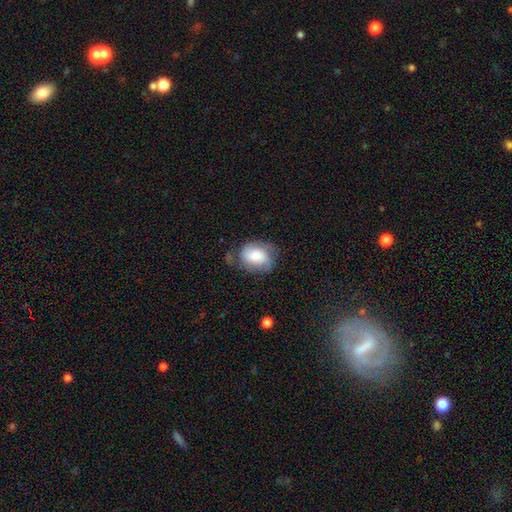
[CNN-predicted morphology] smooth-or-featured: smooth: 49% | featured or disk: 43% | star or artifact: 8%
  merging: none: 53% | minor disturbance: 30% | major disturbance: 15% | merger: 2%